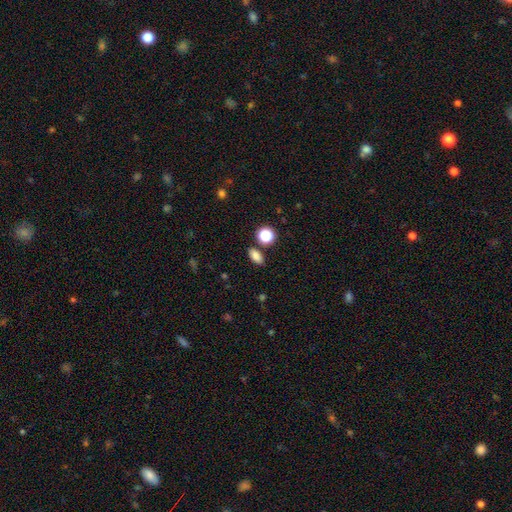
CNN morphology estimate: A smooth galaxy with no disk features (82%) that is in between round and cigar-shaped (81%). Merging: none (83%).